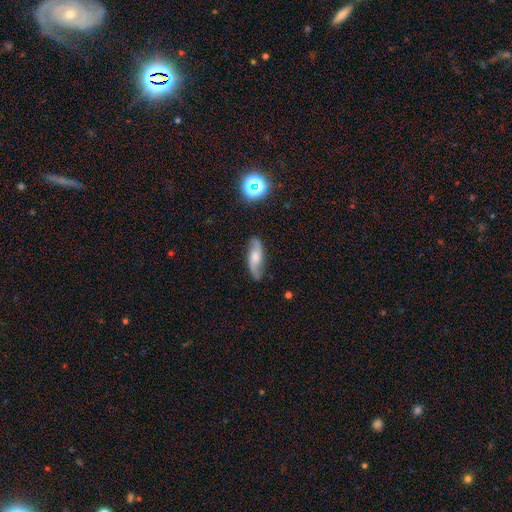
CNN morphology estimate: A featured or disk galaxy (64%) with no bar (55%), 2 (89%) loose (60%) spiral arms (93%) and a moderate central bulge (39%). Merging: none (78%).